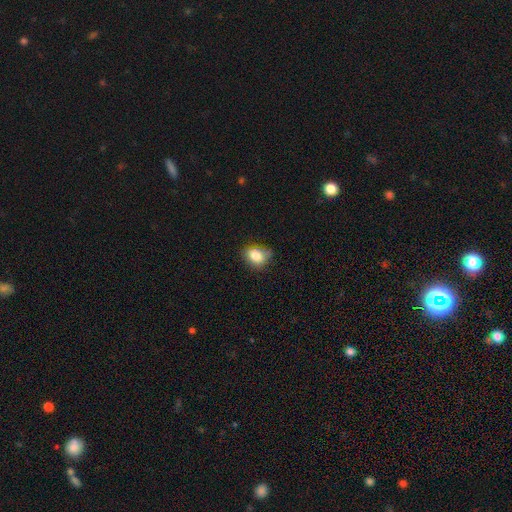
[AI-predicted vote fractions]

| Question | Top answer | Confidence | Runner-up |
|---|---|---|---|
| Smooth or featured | smooth | 82% | star or artifact (9%) |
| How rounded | in between | 62% | round (36%) |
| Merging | none | 57% | minor disturbance (33%) |